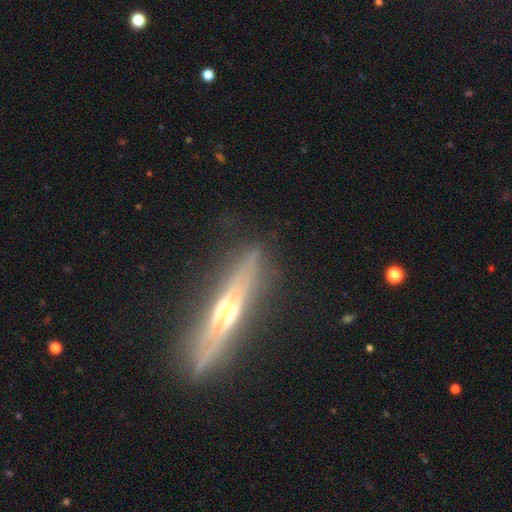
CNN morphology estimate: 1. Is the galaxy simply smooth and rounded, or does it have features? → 76% featured or disk, 15% smooth, 9% star or artifact.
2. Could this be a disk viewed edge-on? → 92% yes, 8% no.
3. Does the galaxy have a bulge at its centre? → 74% rounded, 14% none, 12% boxy.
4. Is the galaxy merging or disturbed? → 82% none, 12% minor disturbance, 4% major disturbance, 2% merger.